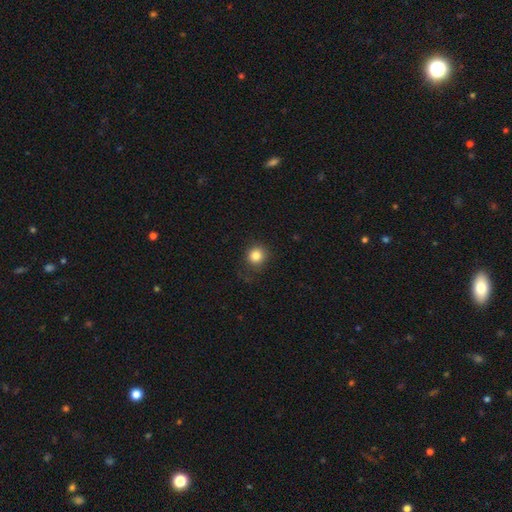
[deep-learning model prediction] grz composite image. It shows a smooth galaxy with no disk features (83%) that is round (90%). Merging: none (83%).